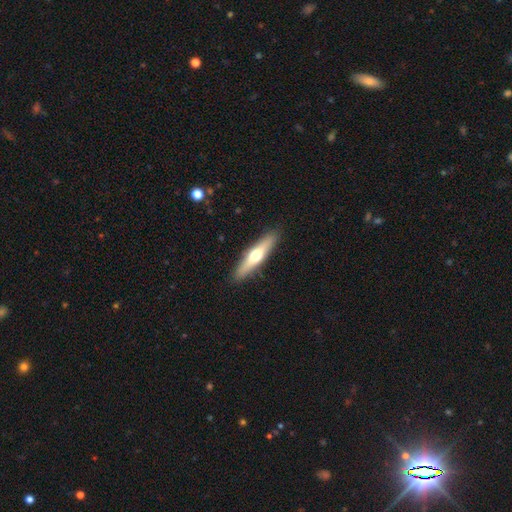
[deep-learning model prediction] Smooth or featured? smooth (50%)
How rounded? cigar-shaped (80%)
Merging? none (90%)